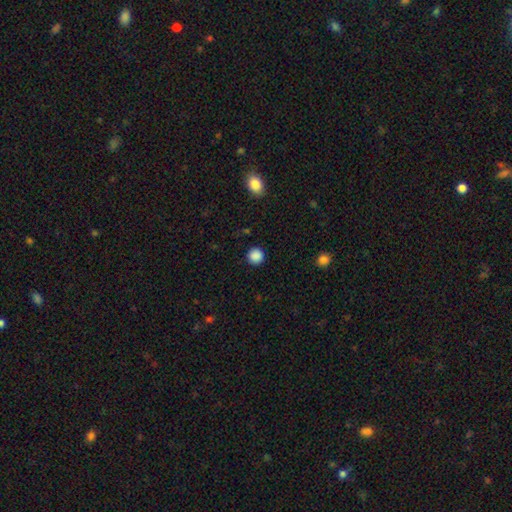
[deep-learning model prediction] The model was most divided on "smooth or featured": smooth: 87%, star or artifact: 10%, featured or disk: 3%. More confident: how rounded — round (94%); merging — none (91%).